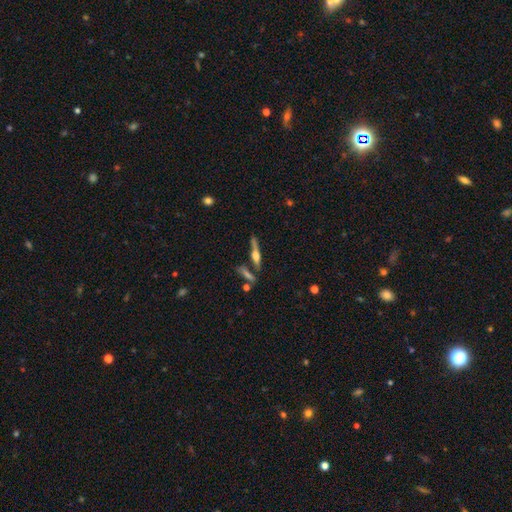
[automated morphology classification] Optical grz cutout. It shows a featured or disk galaxy (69%) viewed edge-on (96%) with a rounded central bulge (85%). Merging: none (74%).